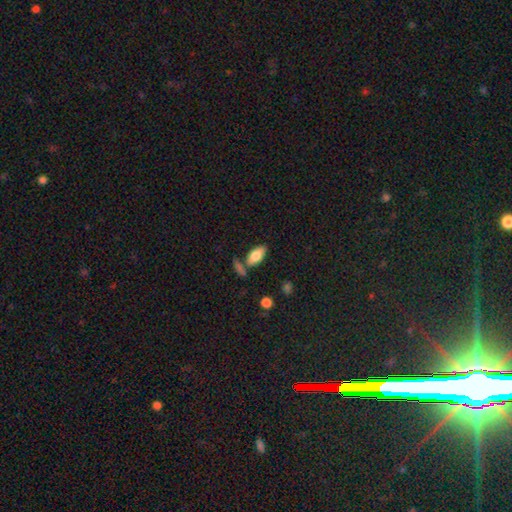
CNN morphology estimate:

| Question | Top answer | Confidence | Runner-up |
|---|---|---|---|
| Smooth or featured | smooth | 76% | featured or disk (17%) |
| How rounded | in between | 86% | cigar-shaped (11%) |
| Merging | none | 67% | minor disturbance (15%) |